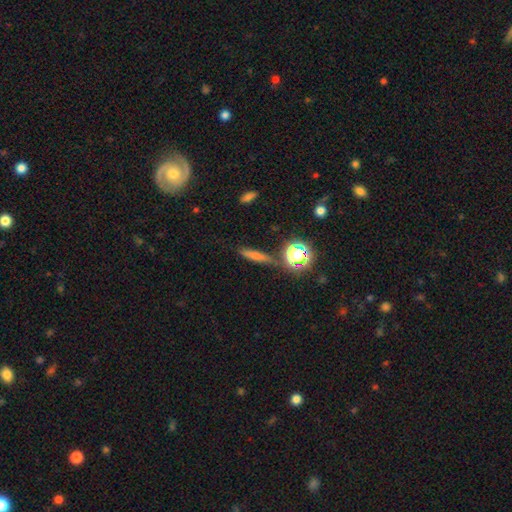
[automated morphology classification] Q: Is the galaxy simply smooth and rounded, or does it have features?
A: smooth — 48%.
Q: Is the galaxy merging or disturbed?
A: none — 83%.